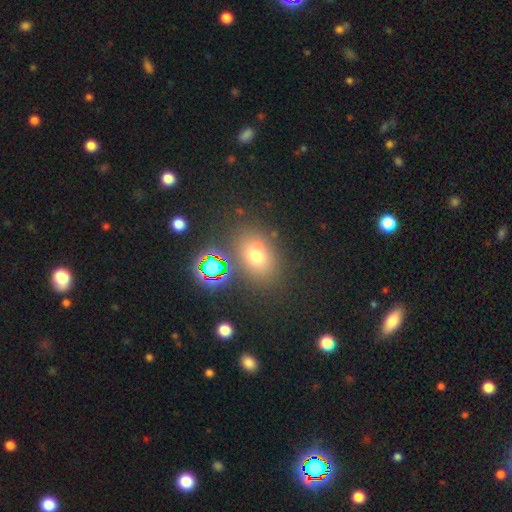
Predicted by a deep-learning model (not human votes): smooth 64%, star or artifact 23%, featured or disk 13%. Down the decision tree: how rounded — in between (58%); merging — none (72%).